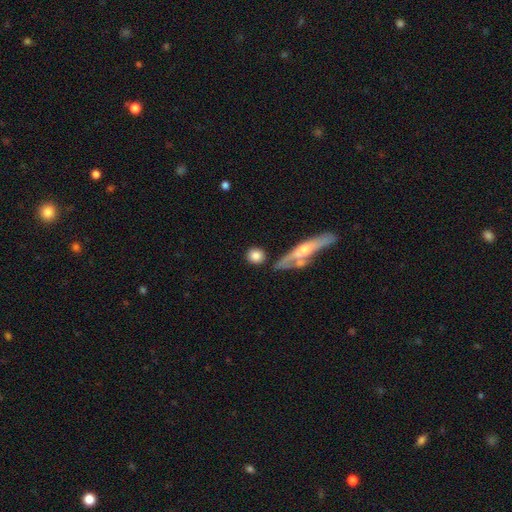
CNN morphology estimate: smooth-or-featured: smooth: 81% | featured or disk: 12% | star or artifact: 7%
  how-rounded: round: 81% | in between: 13% | cigar-shaped: 6%
  merging: none: 75% | minor disturbance: 11% | merger: 9% | major disturbance: 5%